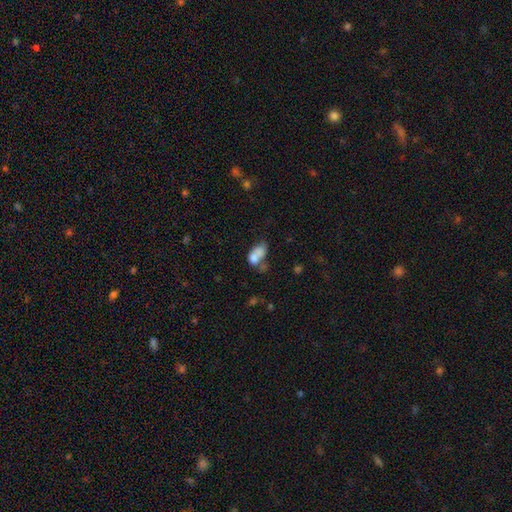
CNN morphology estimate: The model was most divided on "merging": merger: 55%, none: 19%, major disturbance: 13%, minor disturbance: 13%. More confident: how rounded — in between (81%); smooth or featured — smooth (71%).